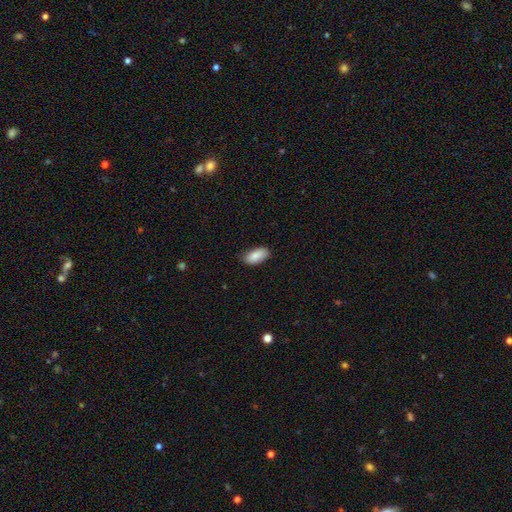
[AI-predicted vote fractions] This is clearly a smooth galaxy (87%). How rounded: clearly in between (93%). Merging: likely none (76%).